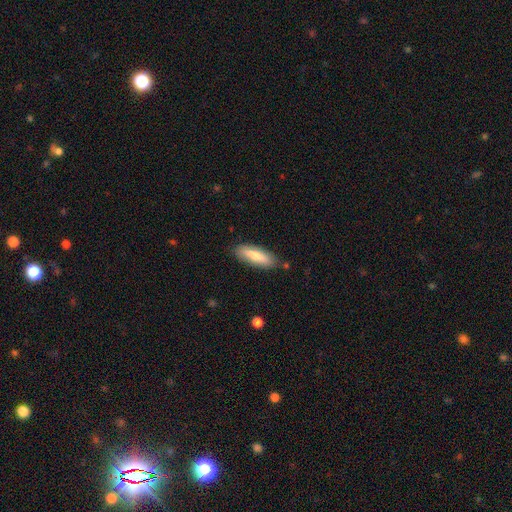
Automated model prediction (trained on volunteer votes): smooth-or-featured: smooth: 68% | featured or disk: 26% | star or artifact: 6%
  how-rounded: cigar-shaped: 50% | in between: 49% | round: 2%
  merging: none: 84% | minor disturbance: 12% | major disturbance: 2% | merger: 2%